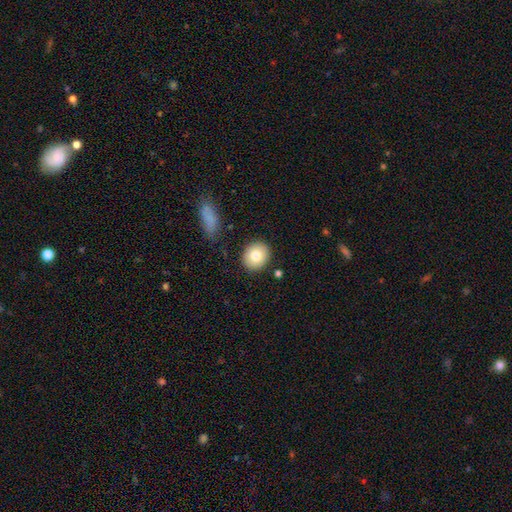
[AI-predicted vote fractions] smooth-or-featured: smooth: 79% | featured or disk: 13% | star or artifact: 8%
  how-rounded: round: 74% | in between: 25% | cigar-shaped: 1%
  merging: none: 86% | minor disturbance: 9% | merger: 2% | major disturbance: 2%